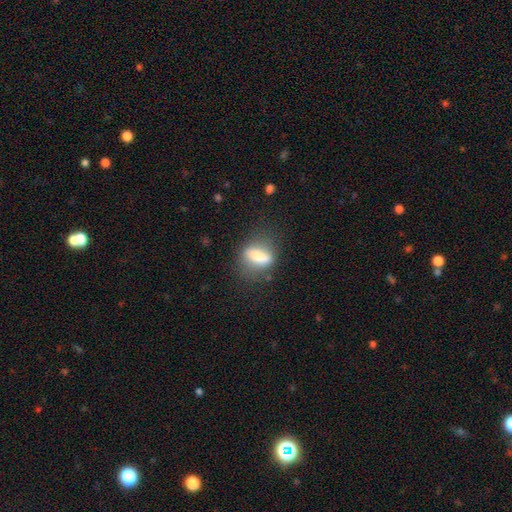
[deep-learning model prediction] A smooth galaxy with no disk features (64%) that is in between round and cigar-shaped (57%).

Vote fractions:
- Smooth or featured? smooth: 64% / featured or disk: 26% / star or artifact: 10%
- How rounded? in between: 57% / cigar-shaped: 28% / round: 15%
- Merging? none: 67% / minor disturbance: 19% / major disturbance: 12% / merger: 3%